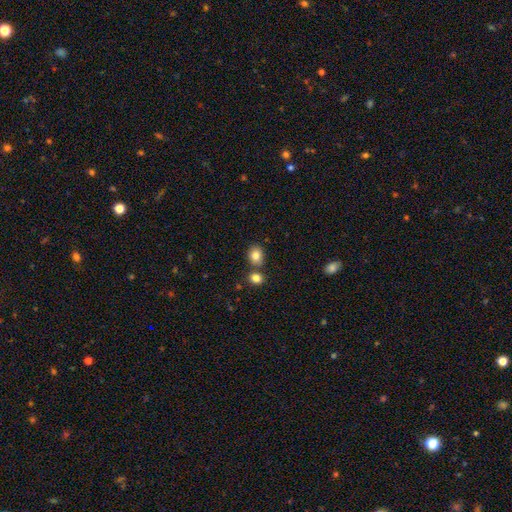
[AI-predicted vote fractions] This appears to be a smooth galaxy with no disk features (83%) that is round (62%). Merging: none (69%).